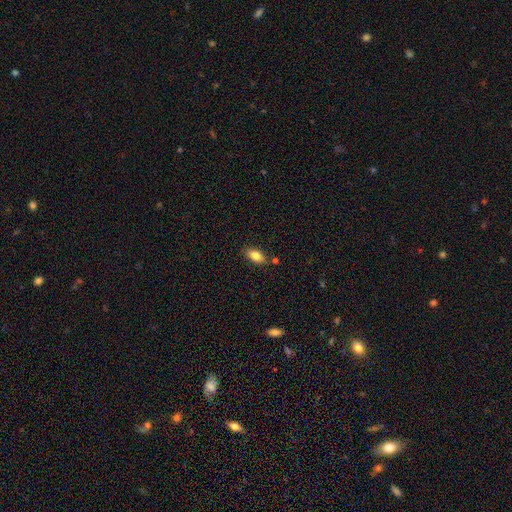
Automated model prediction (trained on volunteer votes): smooth 81%, featured or disk 11%, star or artifact 8%. Down the decision tree: how rounded — in between (90%); merging — none (80%).